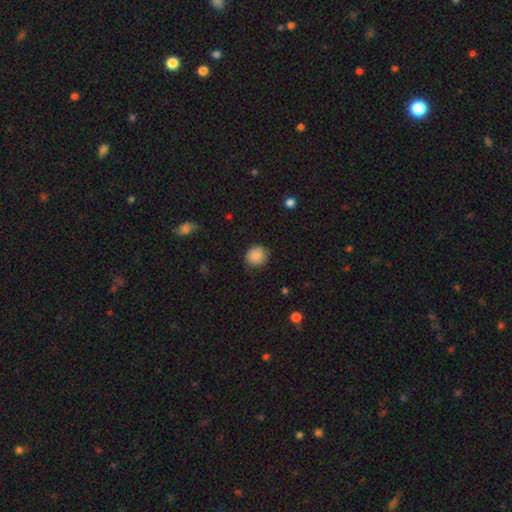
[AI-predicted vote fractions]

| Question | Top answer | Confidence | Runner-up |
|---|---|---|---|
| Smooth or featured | smooth | 88% | star or artifact (8%) |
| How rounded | round | 90% | in between (9%) |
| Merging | none | 84% | minor disturbance (12%) |